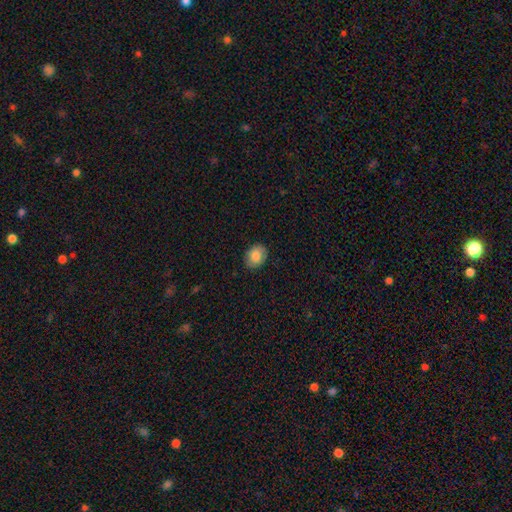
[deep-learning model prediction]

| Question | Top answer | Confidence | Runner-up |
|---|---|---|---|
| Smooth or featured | smooth | 83% | featured or disk (10%) |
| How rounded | in between | 60% | round (39%) |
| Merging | none | 87% | minor disturbance (10%) |